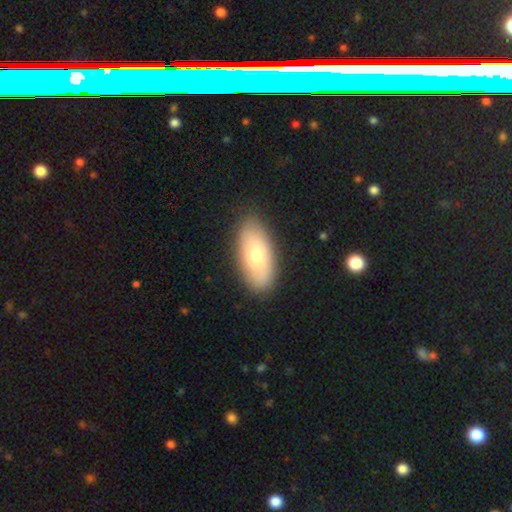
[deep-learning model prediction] Morphology: type=smooth (72%); roundness=in between (89%); merging=none (87%).